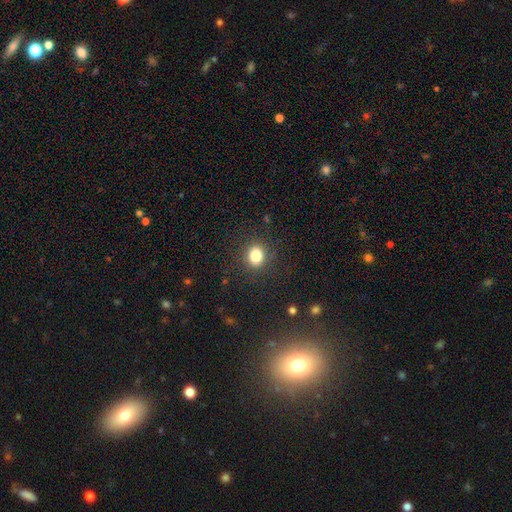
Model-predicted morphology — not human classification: smooth-or-featured: smooth: 82% | star or artifact: 12% | featured or disk: 6%
  how-rounded: round: 71% | in between: 28% | cigar-shaped: 1%
  merging: none: 88% | minor disturbance: 8% | major disturbance: 3% | merger: 1%